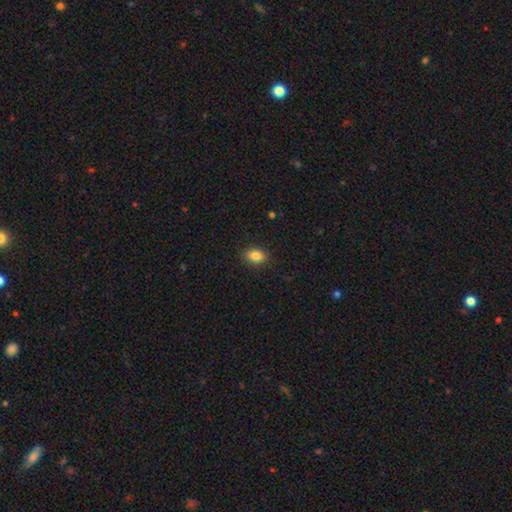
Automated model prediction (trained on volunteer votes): Smooth or featured: smooth — 85% (star or artifact — 9%)
How rounded: in between — 79% (round — 19%)
Merging: none — 88% (minor disturbance — 9%)